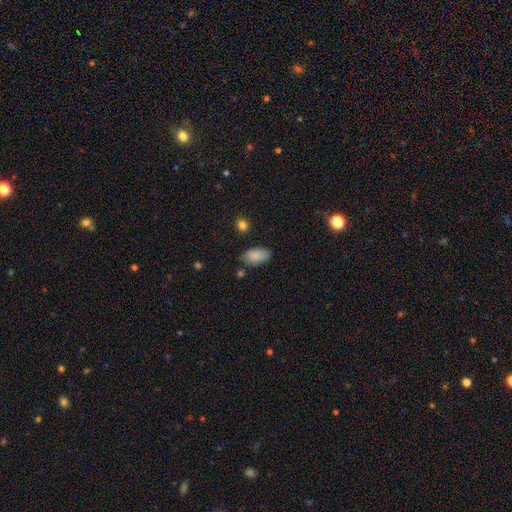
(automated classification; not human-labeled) Morphology: type=smooth (87%); roundness=in between (93%); merging=none (75%).